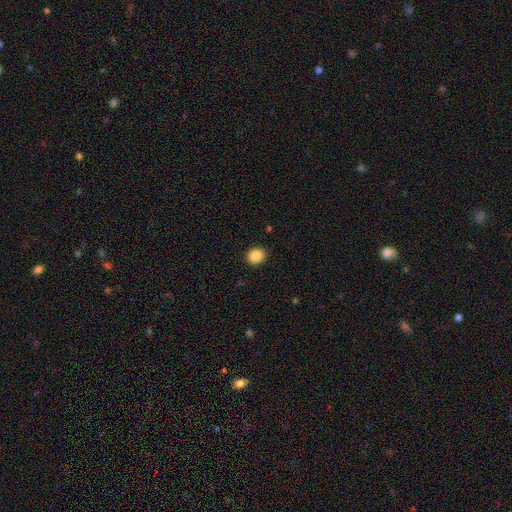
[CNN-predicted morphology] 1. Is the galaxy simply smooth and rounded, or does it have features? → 87% smooth, 9% star or artifact, 3% featured or disk.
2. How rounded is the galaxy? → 66% round, 34% in between, 1% cigar-shaped.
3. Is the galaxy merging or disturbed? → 91% none, 7% minor disturbance, 2% major disturbance, 1% merger.